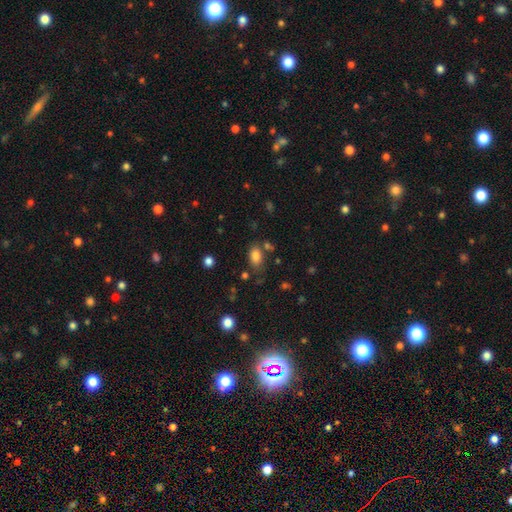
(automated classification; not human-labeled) smooth_or_featured: smooth (p=0.82) [alt: star or artifact p=0.10]
how_rounded: in between (p=0.88) [alt: round p=0.10]
merging: none (p=0.71) [alt: minor disturbance p=0.15]